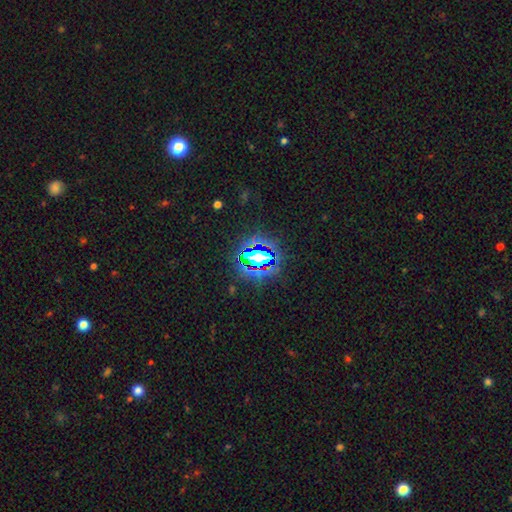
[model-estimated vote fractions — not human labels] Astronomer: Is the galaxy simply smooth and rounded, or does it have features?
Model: star or artifact — 81%.